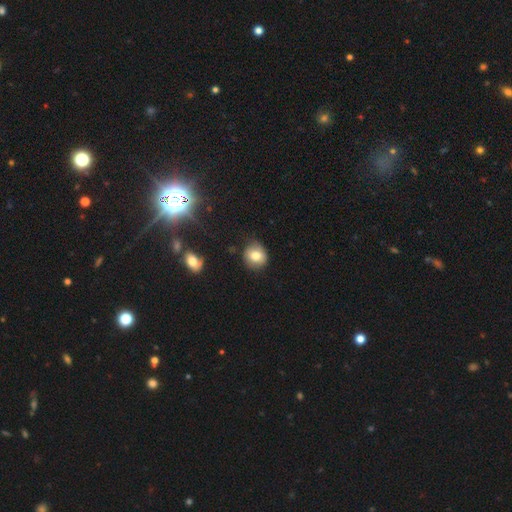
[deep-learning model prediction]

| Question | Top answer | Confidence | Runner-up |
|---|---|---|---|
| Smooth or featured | smooth | 77% | featured or disk (13%) |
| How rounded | round | 79% | in between (20%) |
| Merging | none | 77% | minor disturbance (18%) |